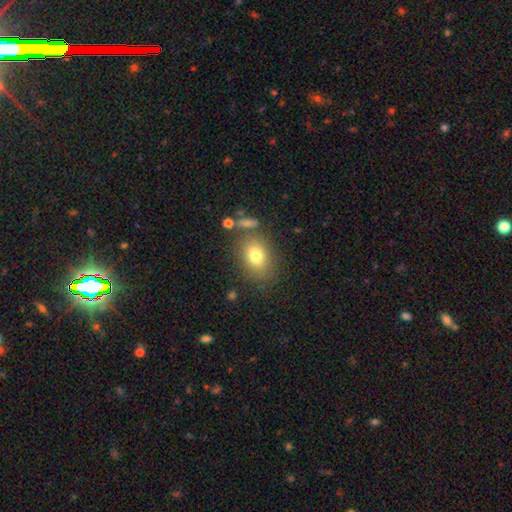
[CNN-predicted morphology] Smooth or featured? smooth (77%)
How rounded? in between (69%)
Merging? none (73%)